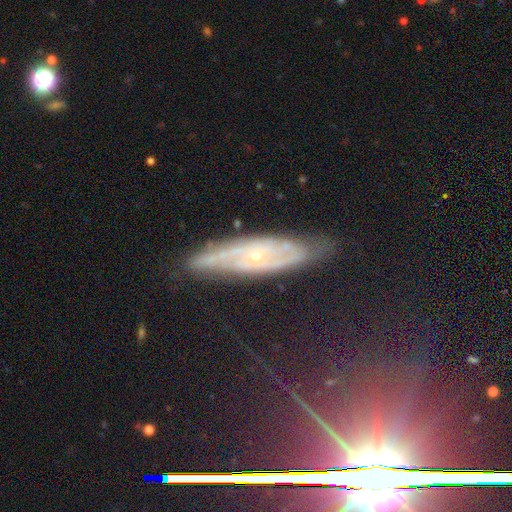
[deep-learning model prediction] Smooth or featured? featured or disk (77%)
Edge-on disk? no (72%)
Bar? no (70%)
Spiral arms? yes (88%)
Bulge size? small (82%)
Merging? none (78%)